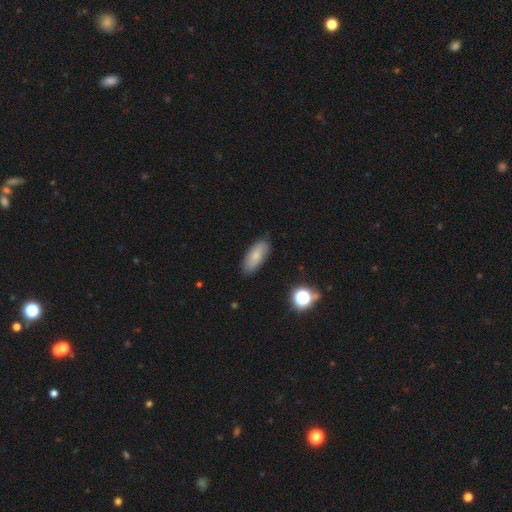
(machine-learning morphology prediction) This is likely a smooth galaxy (73%). How rounded: clearly in between (83%). Merging: clearly none (84%).